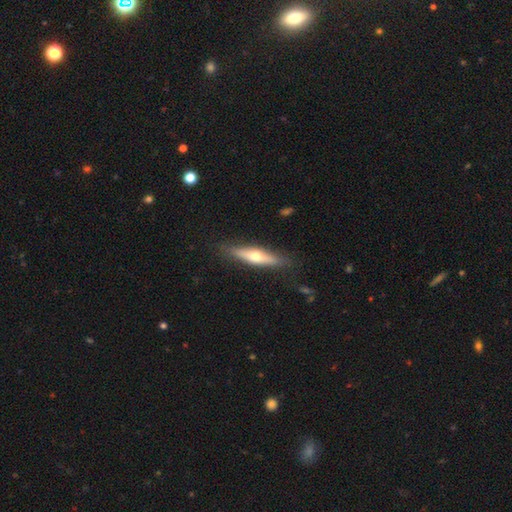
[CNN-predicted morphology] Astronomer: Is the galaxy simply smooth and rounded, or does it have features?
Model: featured or disk — 48% (runner-up: smooth, 47%).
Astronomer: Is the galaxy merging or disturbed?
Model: none — 85%.